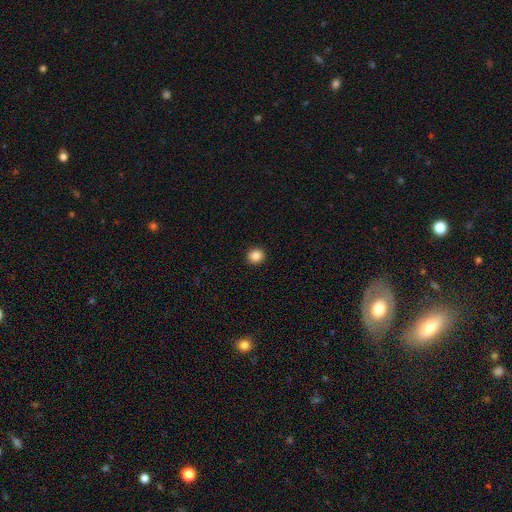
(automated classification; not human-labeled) The model was most divided on "smooth or featured": smooth: 86%, star or artifact: 10%, featured or disk: 4%. More confident: merging — none (93%); how rounded — round (89%).